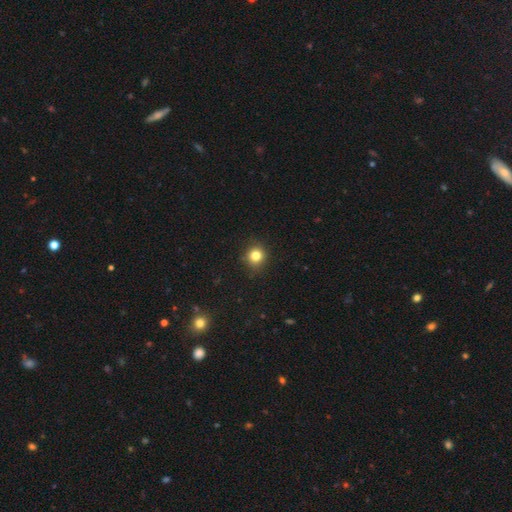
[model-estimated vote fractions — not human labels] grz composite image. It shows a smooth galaxy with no disk features (81%) that is round (87%). Merging: none (88%).